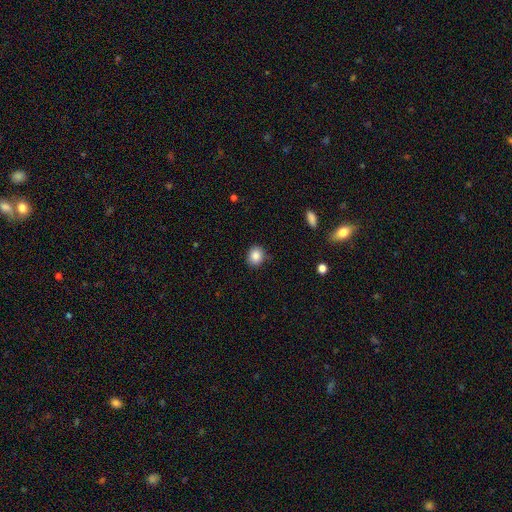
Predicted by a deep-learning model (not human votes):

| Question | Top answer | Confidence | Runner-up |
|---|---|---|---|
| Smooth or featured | smooth | 86% | star or artifact (9%) |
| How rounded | round | 70% | in between (29%) |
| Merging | none | 83% | minor disturbance (13%) |